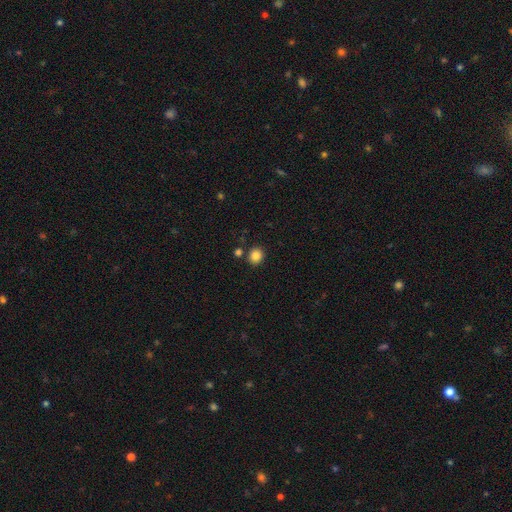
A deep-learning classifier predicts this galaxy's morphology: Smooth or featured?
  - smooth: 85% *
  - star or artifact: 11%
  - featured or disk: 4%
How rounded?
  - round: 81% *
  - in between: 18%
  - cigar-shaped: 1%
Merging?
  - none: 83% *
  - minor disturbance: 7%
  - merger: 7%
  - major disturbance: 2%